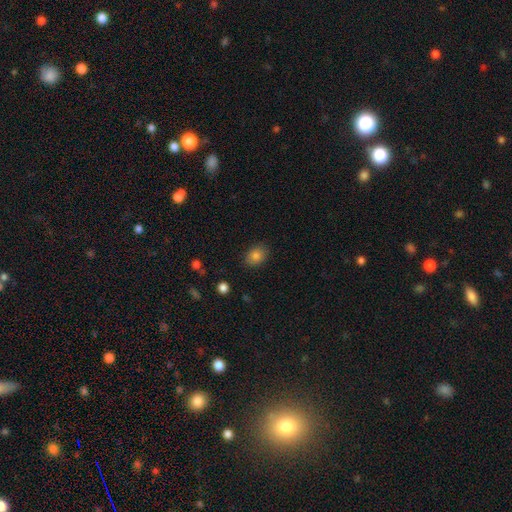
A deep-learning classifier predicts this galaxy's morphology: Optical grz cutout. It shows a smooth galaxy with no disk features (84%) that is in between round and cigar-shaped (64%). Merging: none (86%).